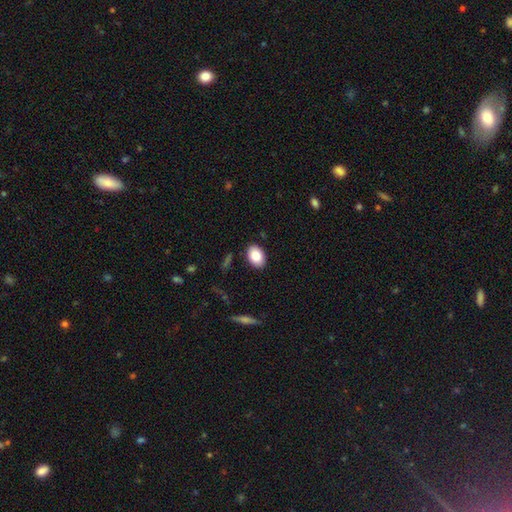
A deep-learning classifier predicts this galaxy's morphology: smooth-or-featured: smooth: 85% | featured or disk: 7% | star or artifact: 7%
  how-rounded: in between: 84% | round: 14% | cigar-shaped: 1%
  merging: none: 88% | minor disturbance: 9% | major disturbance: 2% | merger: 1%